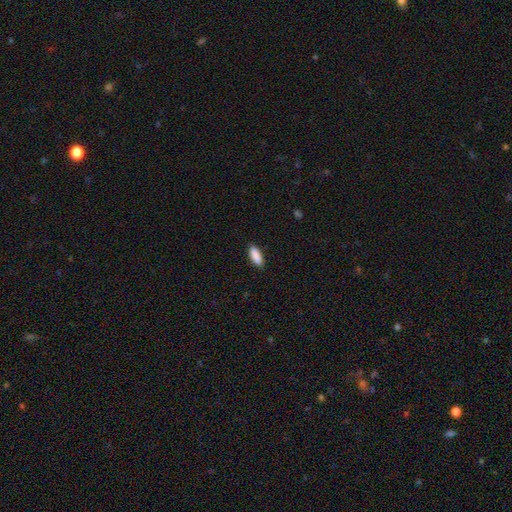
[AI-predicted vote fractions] Morphology: type=smooth (90%); roundness=in between (73%); merging=none (88%).